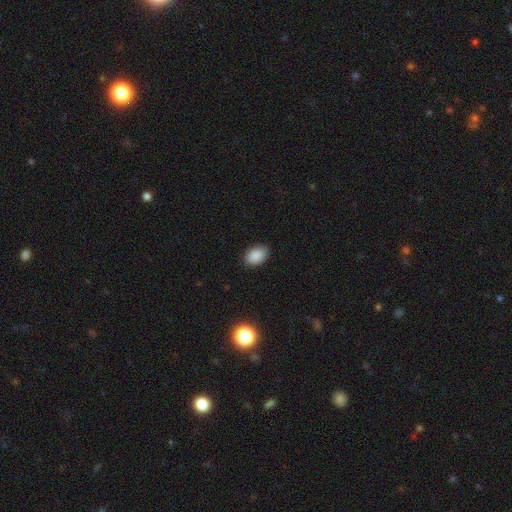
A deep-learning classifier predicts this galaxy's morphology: Overall: smooth (88%). How rounded: in between (84%). Merging: none (86%).